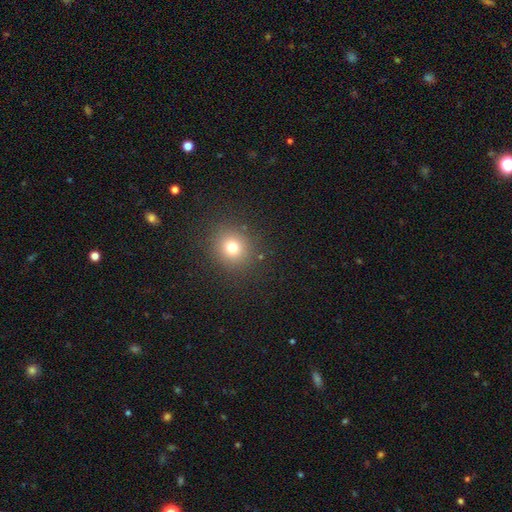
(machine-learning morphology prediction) Smooth or featured: smooth — 69% (star or artifact — 24%)
How rounded: round — 91% (in between — 8%)
Merging: none — 92% (minor disturbance — 5%)